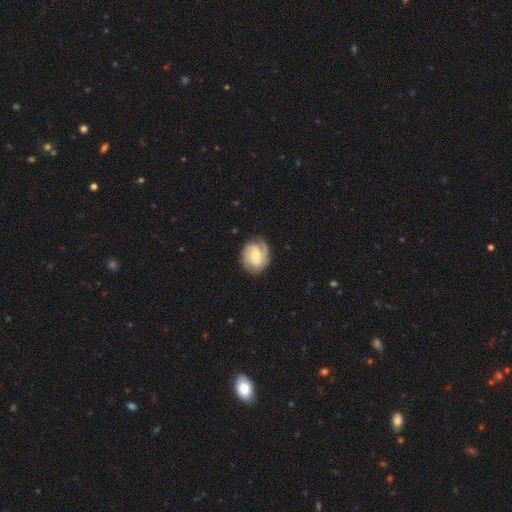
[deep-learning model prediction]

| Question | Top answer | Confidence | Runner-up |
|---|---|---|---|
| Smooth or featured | featured or disk | 78% | smooth (17%) |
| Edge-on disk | no | 97% | yes (3%) |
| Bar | weak | 50% | no (27%) |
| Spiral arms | yes | 95% | no (5%) |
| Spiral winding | tight | 45% | medium (41%) |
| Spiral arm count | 2 | 66% | can't tell (11%) |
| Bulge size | moderate | 50% | small (44%) |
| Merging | none | 77% | minor disturbance (16%) |